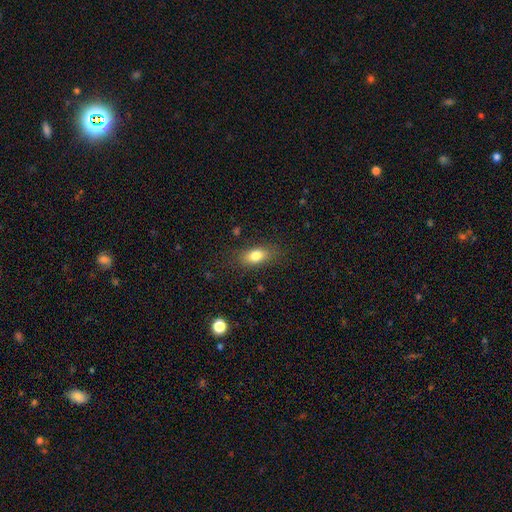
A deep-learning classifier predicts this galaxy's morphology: Smooth or featured? Predicted: smooth (p=0.80). How rounded? Predicted: in between (p=0.83). Merging? Predicted: none (p=0.81).